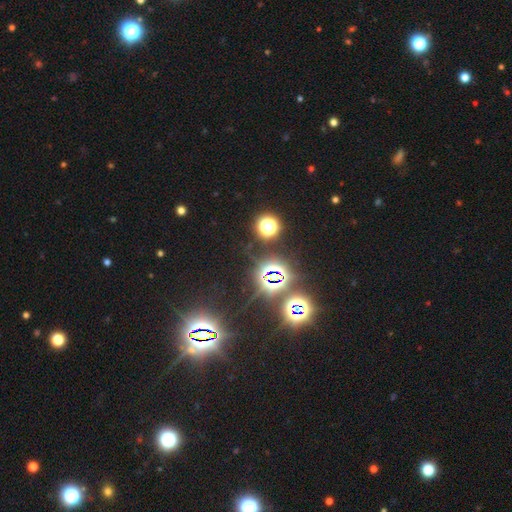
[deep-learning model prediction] This is likely a star or artifact rather than a galaxy (80%).